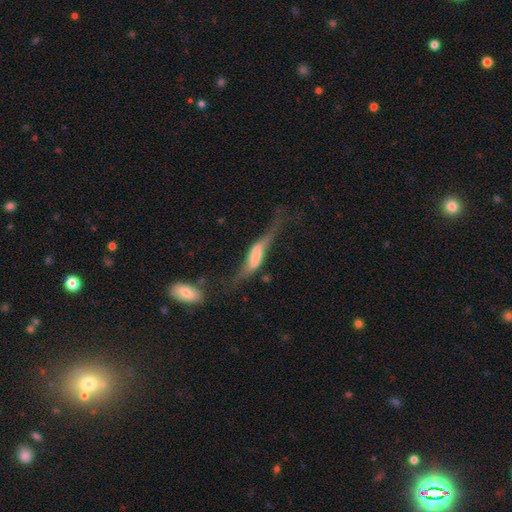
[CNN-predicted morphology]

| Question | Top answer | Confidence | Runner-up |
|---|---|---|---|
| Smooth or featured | featured or disk | 54% | smooth (38%) |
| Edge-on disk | no | 50% | tied: yes (50%) |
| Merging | major disturbance | 37% | none (29%) |